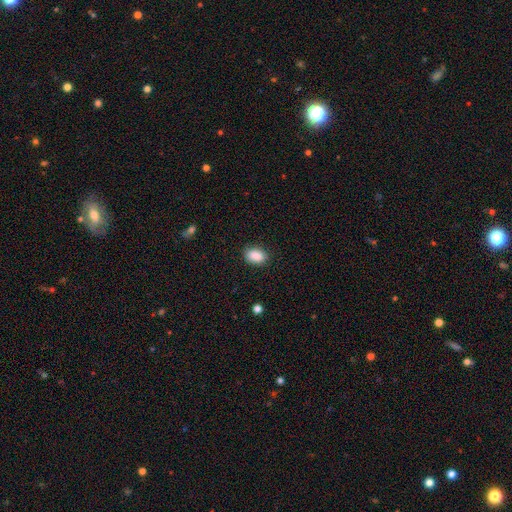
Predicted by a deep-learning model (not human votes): Morphology: type=smooth (89%); roundness=in between (83%); merging=none (85%).